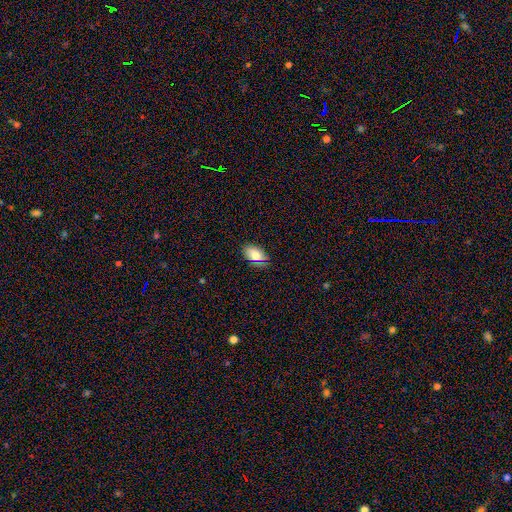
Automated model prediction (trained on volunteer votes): smooth-or-featured: smooth: 76% | star or artifact: 13% | featured or disk: 11%
  how-rounded: in between: 87% | round: 11% | cigar-shaped: 2%
  merging: none: 81% | minor disturbance: 15% | major disturbance: 3% | merger: 1%